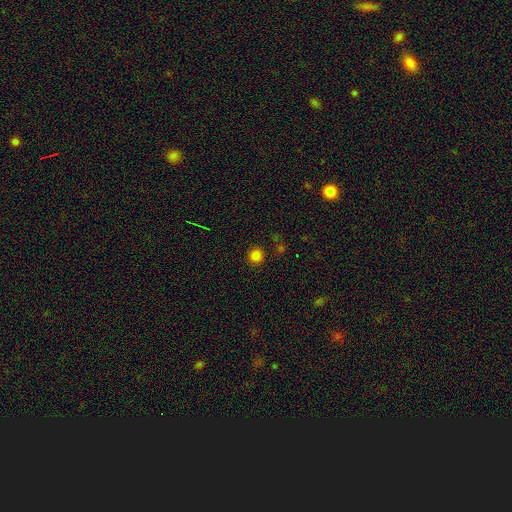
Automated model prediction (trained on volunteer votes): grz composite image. It shows a smooth galaxy with no disk features (81%) that is round (93%). Merging: none (88%).